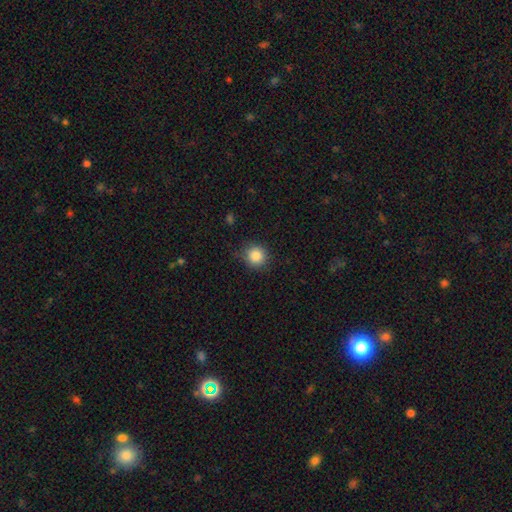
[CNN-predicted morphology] smooth_or_featured: smooth (p=0.86) [alt: star or artifact p=0.10]
how_rounded: round (p=0.92) [alt: in between p=0.07]
merging: none (p=0.81) [alt: minor disturbance p=0.15]